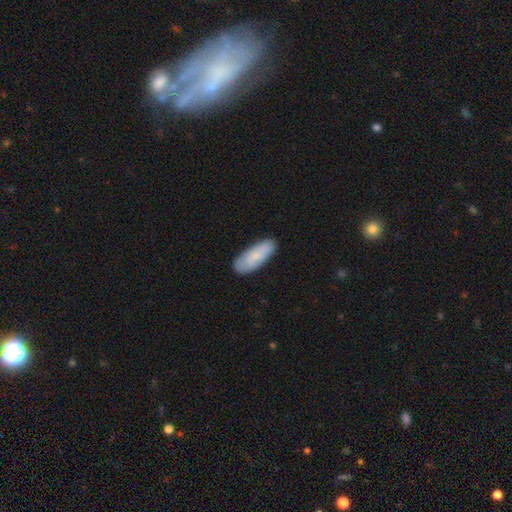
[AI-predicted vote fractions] smooth 75%, featured or disk 19%, star or artifact 6%. Down the decision tree: how rounded — in between (74%); merging — none (81%).